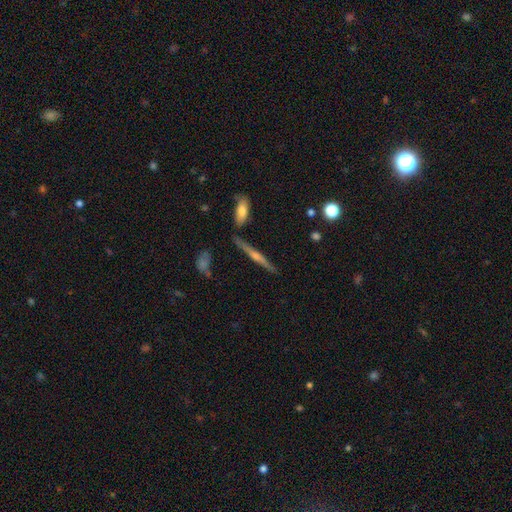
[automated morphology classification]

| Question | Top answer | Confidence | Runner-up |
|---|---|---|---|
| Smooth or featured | featured or disk | 73% | smooth (18%) |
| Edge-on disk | yes | 97% | no (3%) |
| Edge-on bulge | rounded | 83% | none (10%) |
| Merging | none | 84% | minor disturbance (9%) |